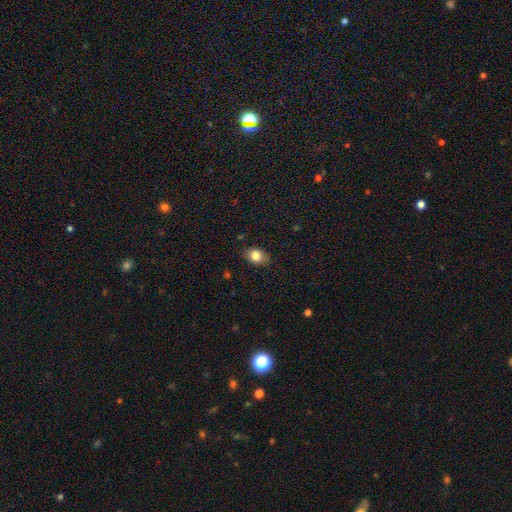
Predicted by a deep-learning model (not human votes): smooth 81%, featured or disk 10%, star or artifact 9%. Down the decision tree: how rounded — in between (73%); merging — none (82%).